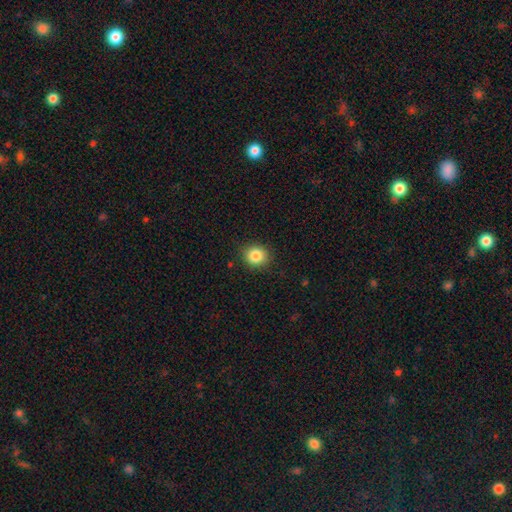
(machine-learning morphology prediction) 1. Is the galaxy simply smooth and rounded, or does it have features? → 86% smooth, 10% star or artifact, 5% featured or disk.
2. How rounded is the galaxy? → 86% round, 13% in between, 1% cigar-shaped.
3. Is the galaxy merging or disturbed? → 89% none, 8% minor disturbance, 2% major disturbance, 1% merger.